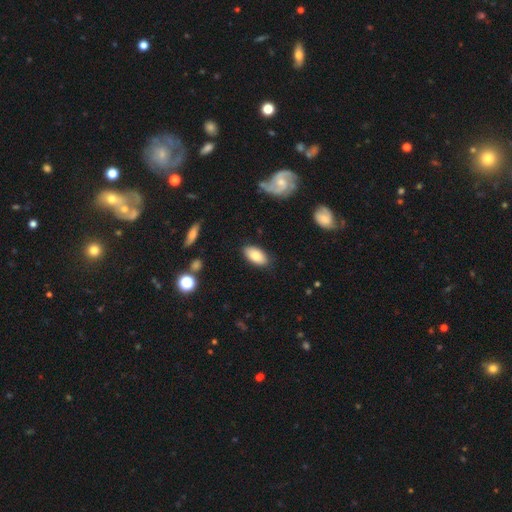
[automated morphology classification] smooth_or_featured: smooth (p=0.83) [alt: featured or disk p=0.10]
how_rounded: in between (p=0.93) [alt: cigar-shaped p=0.04]
merging: none (p=0.85) [alt: minor disturbance p=0.11]